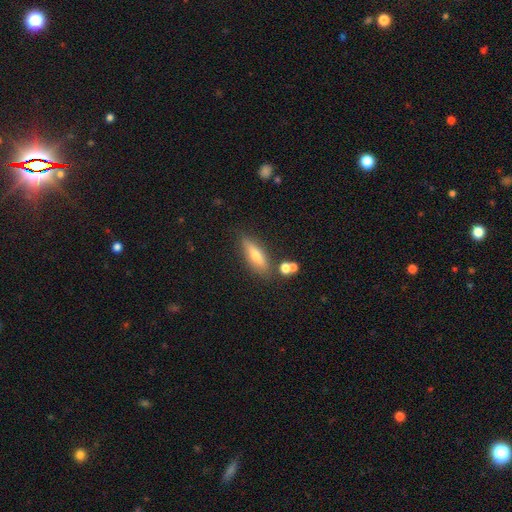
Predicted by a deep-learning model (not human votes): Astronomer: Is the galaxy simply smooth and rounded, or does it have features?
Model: smooth — 56% (runner-up: featured or disk, 35%).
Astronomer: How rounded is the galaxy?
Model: cigar-shaped — 58% (runner-up: in between, 39%).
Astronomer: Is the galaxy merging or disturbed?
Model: none — 79%.